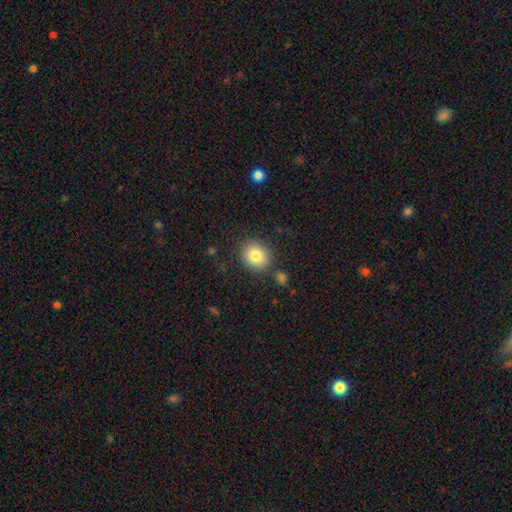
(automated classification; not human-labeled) The model was most divided on "how rounded": round: 75%, in between: 24%, cigar-shaped: 1%. More confident: merging — none (83%); smooth or featured — smooth (82%).